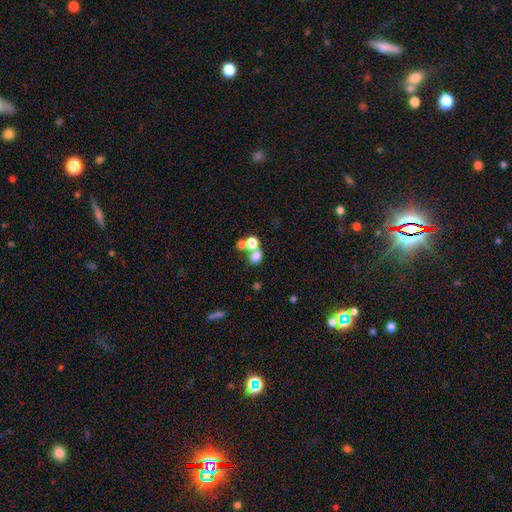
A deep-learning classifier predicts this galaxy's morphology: A smooth galaxy with no disk features (73%) that is round (53%).

Vote fractions:
- Smooth or featured? smooth: 73% / star or artifact: 15% / featured or disk: 11%
- How rounded? round: 53% / in between: 46% / cigar-shaped: 1%
- Merging? merger: 45% / none: 42% / minor disturbance: 8% / major disturbance: 5%